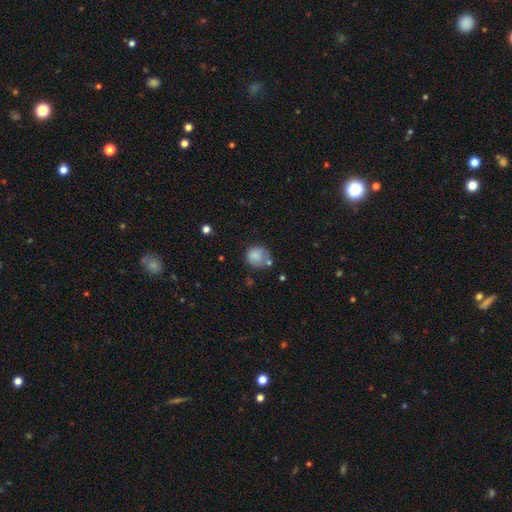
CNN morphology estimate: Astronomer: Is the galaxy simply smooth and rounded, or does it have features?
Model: smooth — 75%.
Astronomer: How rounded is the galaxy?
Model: round — 79%.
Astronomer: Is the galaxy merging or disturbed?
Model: none — 53%.